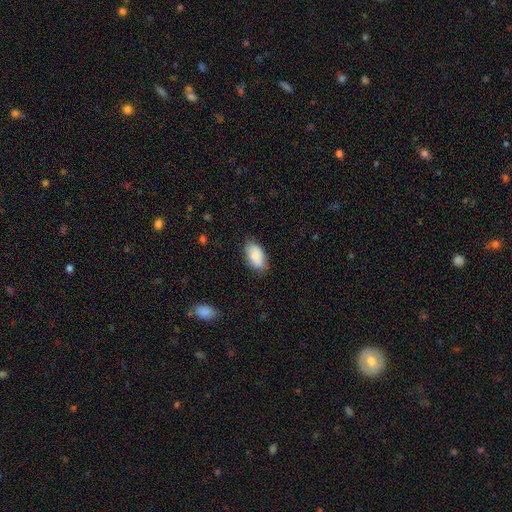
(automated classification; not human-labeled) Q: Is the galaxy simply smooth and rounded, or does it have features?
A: smooth — 86%.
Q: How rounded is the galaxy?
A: in between — 94%.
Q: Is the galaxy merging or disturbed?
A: none — 76%.